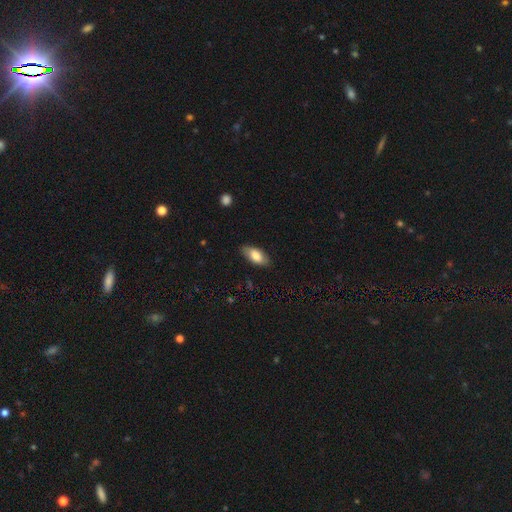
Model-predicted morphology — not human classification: smooth-or-featured: smooth: 79% | featured or disk: 15% | star or artifact: 6%
  how-rounded: in between: 89% | cigar-shaped: 9% | round: 3%
  merging: none: 83% | minor disturbance: 14% | major disturbance: 3% | merger: 1%